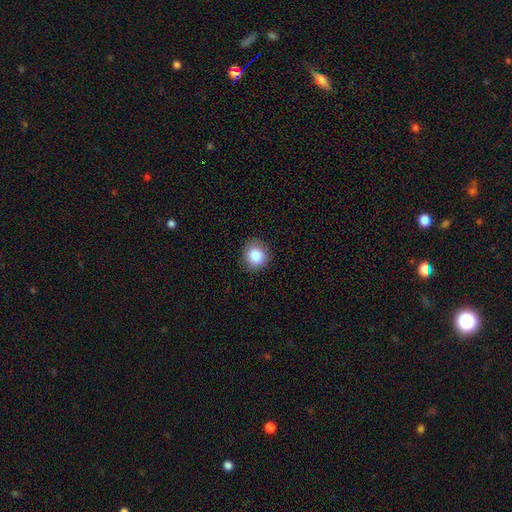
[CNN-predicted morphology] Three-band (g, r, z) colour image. It shows a smooth galaxy with no disk features (87%) that is round (86%). Merging: none (85%).